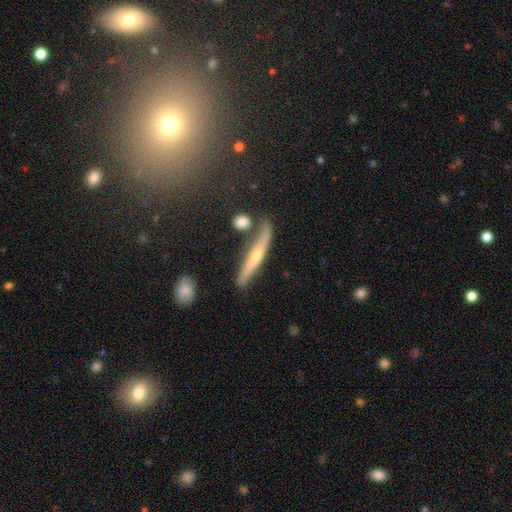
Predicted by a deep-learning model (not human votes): Overall: featured or disk (55%; smooth 38%). Edge-on disk: yes (91%). Merging: none (68%).